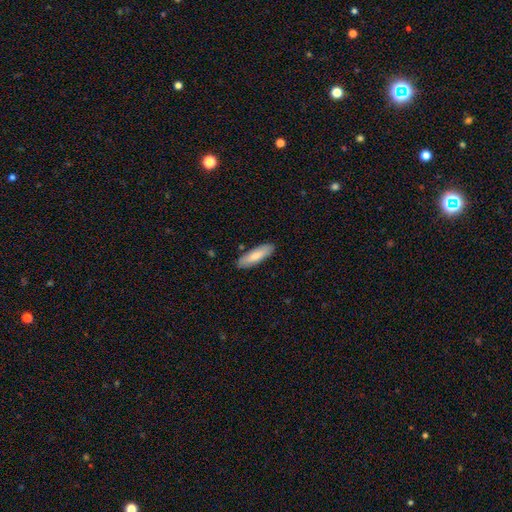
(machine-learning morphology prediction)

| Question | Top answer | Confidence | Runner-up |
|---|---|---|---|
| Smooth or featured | smooth | 81% | featured or disk (14%) |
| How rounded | cigar-shaped | 54% | in between (45%) |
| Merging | none | 87% | minor disturbance (10%) |